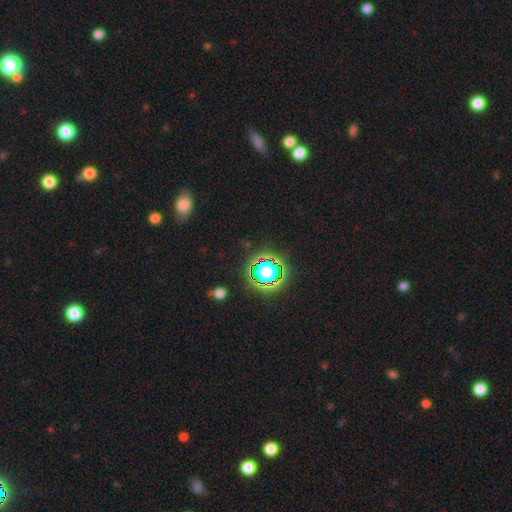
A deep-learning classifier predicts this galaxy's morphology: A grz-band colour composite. It shows a star or artifact, not a galaxy (76%).